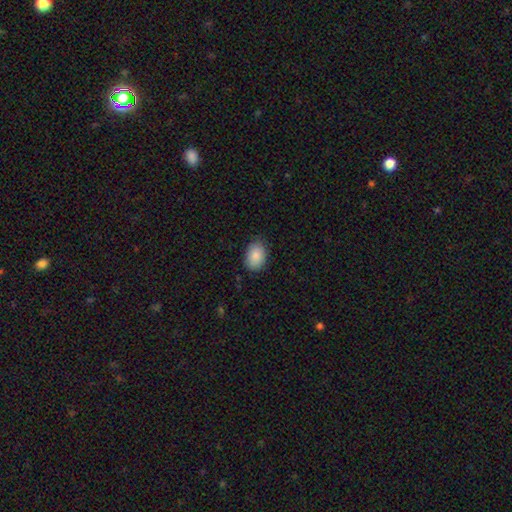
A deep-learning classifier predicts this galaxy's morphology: Smooth or featured? smooth (88%)
How rounded? in between (83%)
Merging? none (83%)